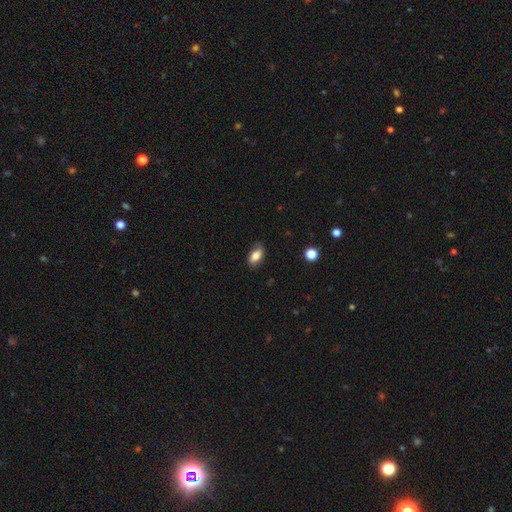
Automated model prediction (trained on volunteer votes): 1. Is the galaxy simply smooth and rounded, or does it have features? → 80% smooth, 12% featured or disk, 8% star or artifact.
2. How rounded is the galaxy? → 89% in between, 6% round, 5% cigar-shaped.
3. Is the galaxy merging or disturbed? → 77% none, 18% minor disturbance, 4% major disturbance, 1% merger.